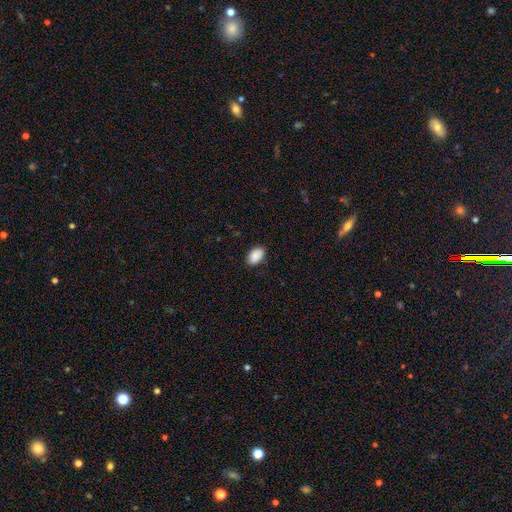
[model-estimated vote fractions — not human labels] Morphology: type=smooth (89%); roundness=in between (91%); merging=none (85%).